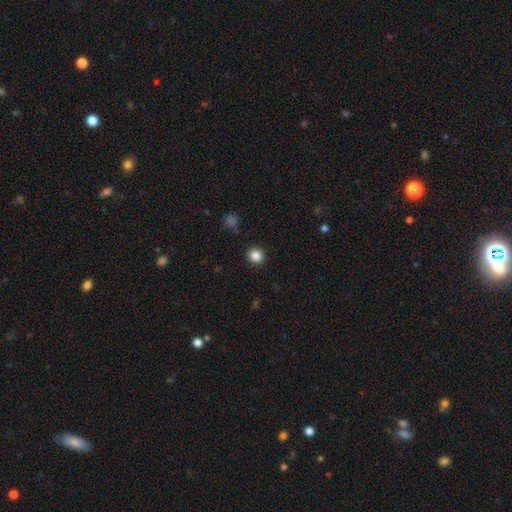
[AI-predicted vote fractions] Smooth or featured? Predicted: smooth (p=0.85). How rounded? Predicted: round (p=0.91). Merging? Predicted: none (p=0.92).